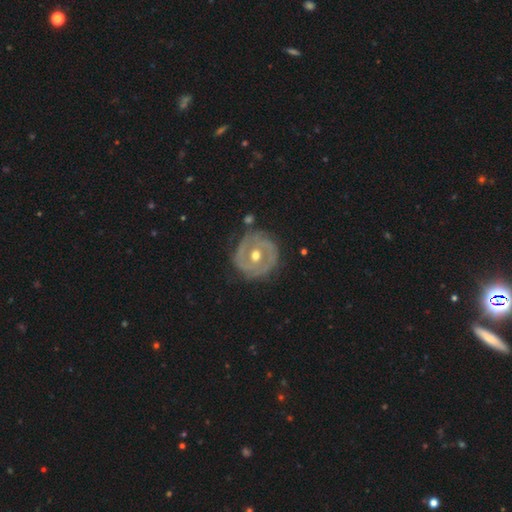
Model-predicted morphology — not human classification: Smooth or featured? Predicted: featured or disk (p=0.79). Edge-on disk? Predicted: no (p=0.96). Bar? Predicted: no (p=0.58). Spiral arms? Predicted: yes (p=0.72). Spiral winding? Predicted: tight (p=0.69). Spiral arm count? Predicted: 2 (p=0.37). Bulge size? Predicted: moderate (p=0.80). Merging? Predicted: none (p=0.75).